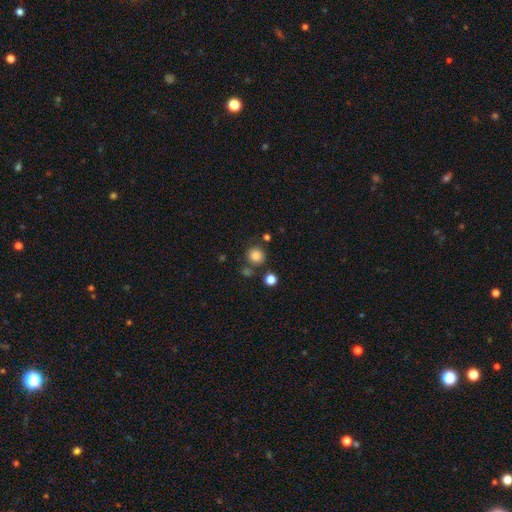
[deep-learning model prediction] Smooth or featured: smooth — 83% (star or artifact — 12%)
How rounded: round — 91% (in between — 8%)
Merging: none — 77% (merger — 10%)